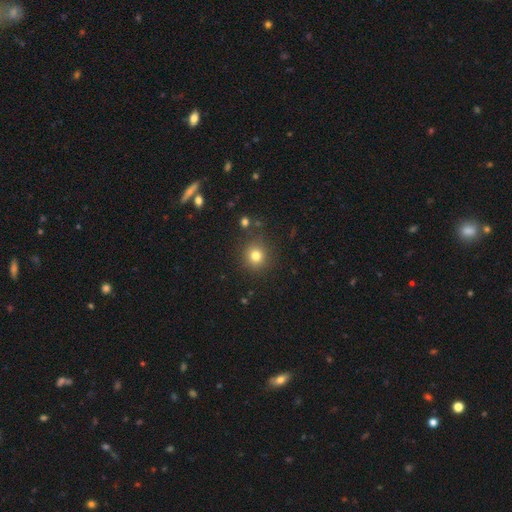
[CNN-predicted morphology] A smooth galaxy with no disk features (79%) that is round (90%). Merging: none (86%).